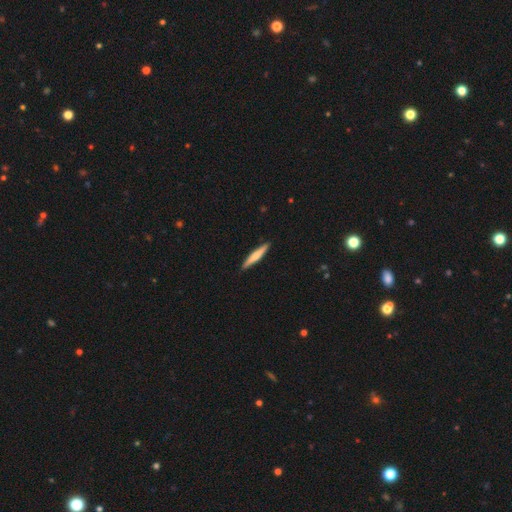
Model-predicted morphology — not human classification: A smooth galaxy with no disk features (60%) that is cigar-shaped (93%).

Vote fractions:
- Smooth or featured? smooth: 60% / featured or disk: 35% / star or artifact: 5%
- How rounded? cigar-shaped: 93% / in between: 6% / round: 1%
- Merging? none: 91% / minor disturbance: 7% / major disturbance: 1% / merger: 1%